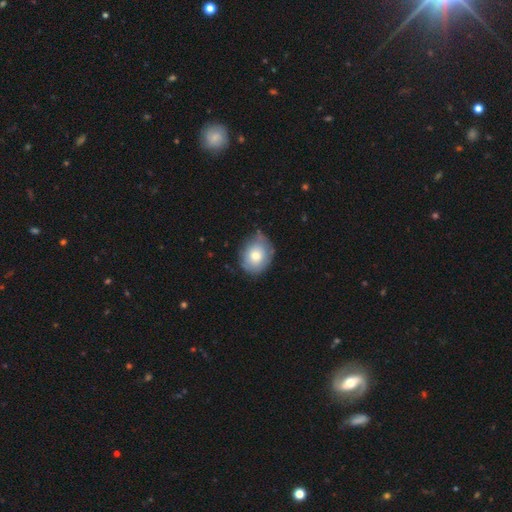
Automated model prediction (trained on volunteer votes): smooth 71%, featured or disk 21%, star or artifact 8%. Down the decision tree: how rounded — round (60%); merging — none (66%).